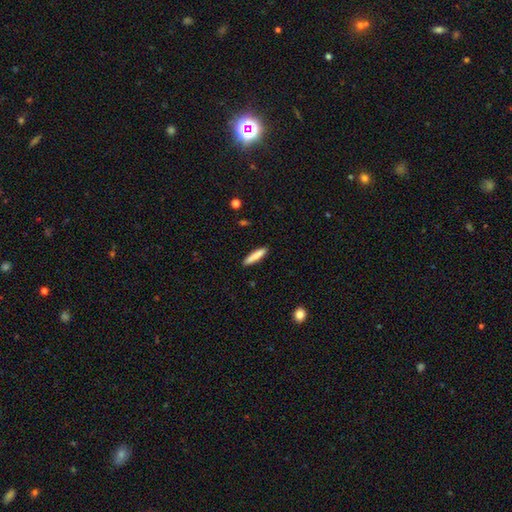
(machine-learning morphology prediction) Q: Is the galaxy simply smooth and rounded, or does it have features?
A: smooth — 83%.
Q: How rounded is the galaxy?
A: cigar-shaped — 86%.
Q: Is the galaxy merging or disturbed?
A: none — 89%.